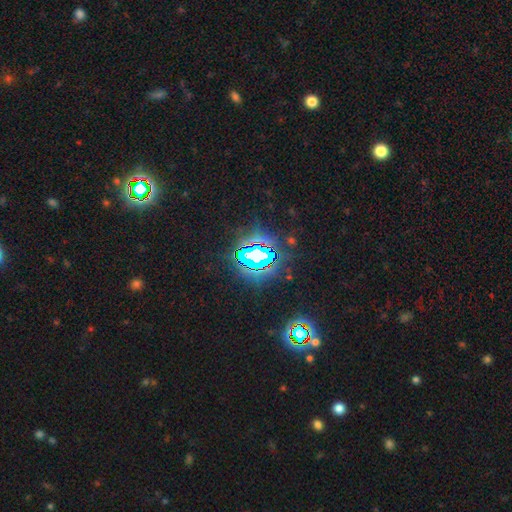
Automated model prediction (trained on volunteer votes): A star or artifact, not a galaxy (76%).